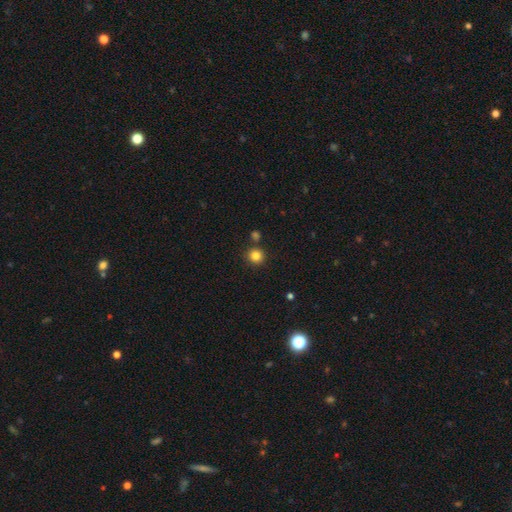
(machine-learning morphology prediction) smooth 83%, star or artifact 12%, featured or disk 5%. Down the decision tree: how rounded — round (93%); merging — none (85%).